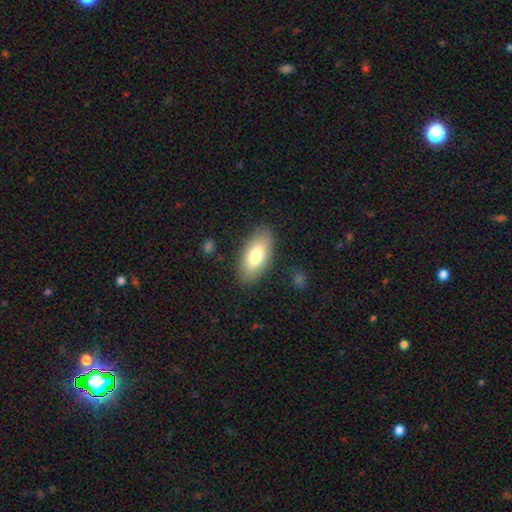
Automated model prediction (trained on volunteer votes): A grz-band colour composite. It shows a smooth galaxy with no disk features (77%) that is in between round and cigar-shaped (89%). Merging: none (85%).